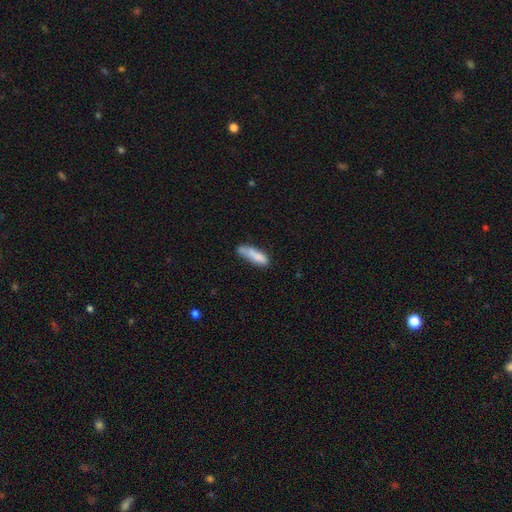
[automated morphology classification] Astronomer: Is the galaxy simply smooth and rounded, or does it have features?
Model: smooth — 80%.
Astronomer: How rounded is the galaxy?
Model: cigar-shaped — 69%.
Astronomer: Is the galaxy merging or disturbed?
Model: none — 53% (runner-up: minor disturbance, 29%).